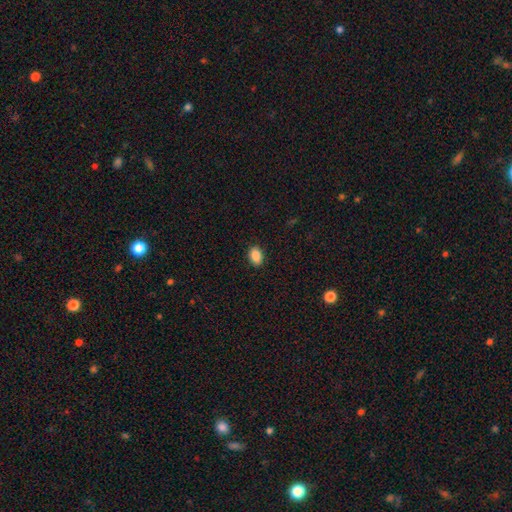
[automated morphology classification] The model was most divided on "how rounded": in between: 82%, round: 16%, cigar-shaped: 1%. More confident: merging — none (89%); smooth or featured — smooth (88%).